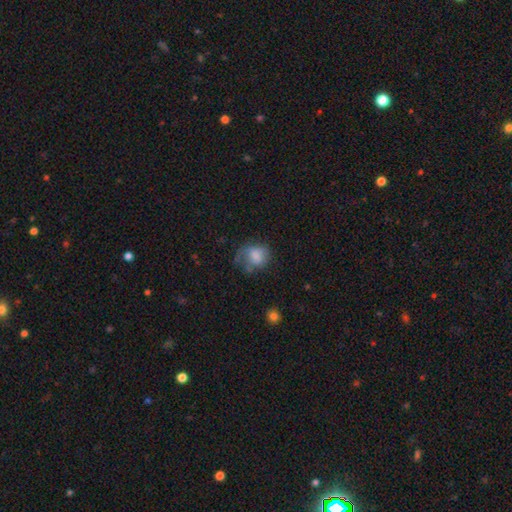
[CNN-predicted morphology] This is likely a smooth galaxy (70%). How rounded: possibly round (54%). Merging: marginally none (35%).